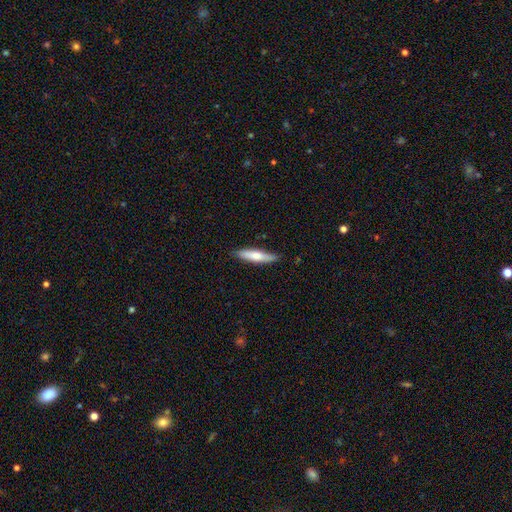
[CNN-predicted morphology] This is likely a smooth galaxy (66%). How rounded: clearly cigar-shaped (83%). Merging: clearly none (84%).